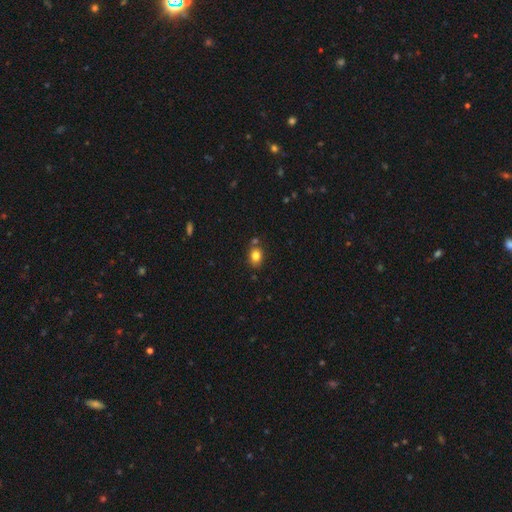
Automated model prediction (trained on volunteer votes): smooth 81%, star or artifact 11%, featured or disk 8%. Down the decision tree: how rounded — in between (55%); merging — none (74%).